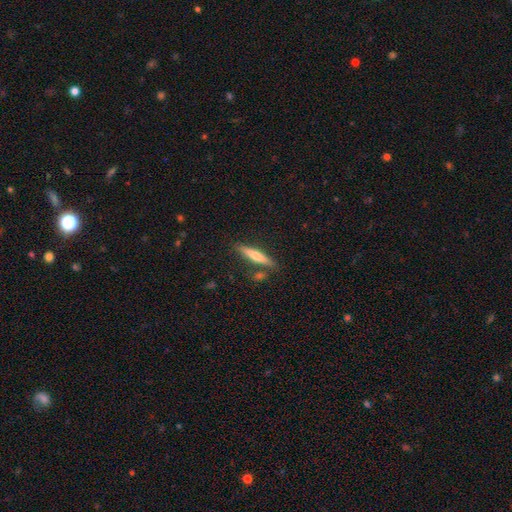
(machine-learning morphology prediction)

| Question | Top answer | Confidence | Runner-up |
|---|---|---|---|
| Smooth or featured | smooth | 49% | featured or disk (45%) |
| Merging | none | 80% | minor disturbance (10%) |